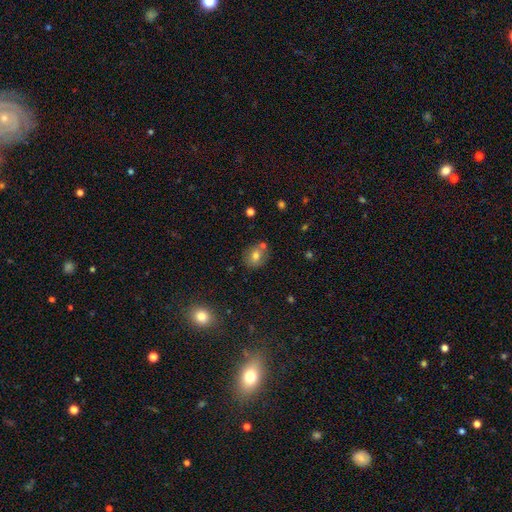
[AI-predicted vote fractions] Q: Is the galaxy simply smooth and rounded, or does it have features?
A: smooth — 71%.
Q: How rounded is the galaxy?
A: round — 57%.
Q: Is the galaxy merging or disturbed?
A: none — 69%.